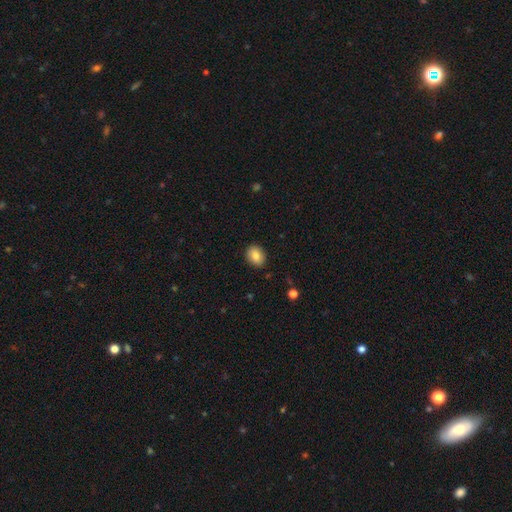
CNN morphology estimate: Q: Smooth or featured?
A: smooth (85%); runner-up: star or artifact (8%)
Q: How rounded?
A: in between (60%); runner-up: round (39%)
Q: Merging?
A: none (89%); runner-up: minor disturbance (8%)